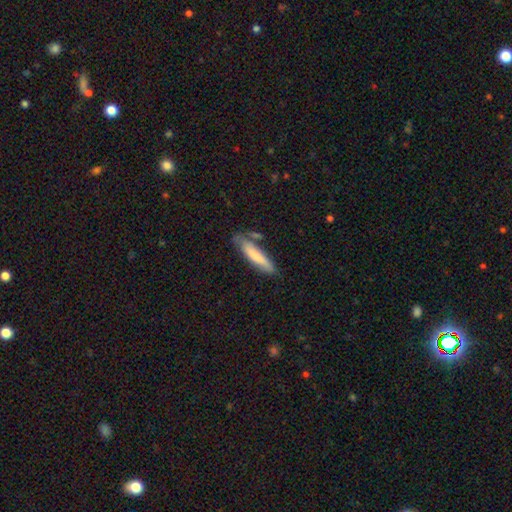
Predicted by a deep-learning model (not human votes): Morphology: type=smooth (72%); roundness=cigar-shaped (79%); merging=none (61%).